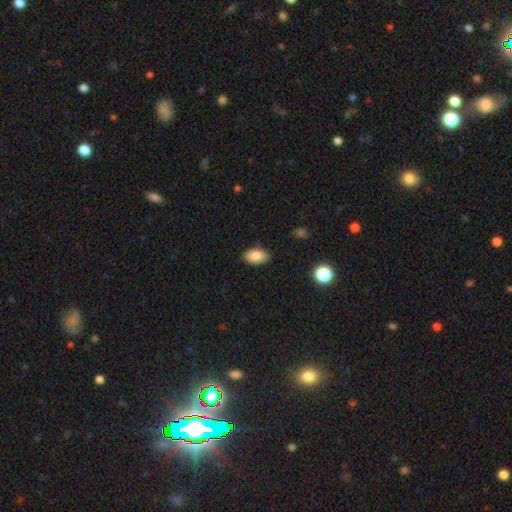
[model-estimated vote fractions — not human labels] Morphology: type=smooth (86%); roundness=in between (93%); merging=none (85%).